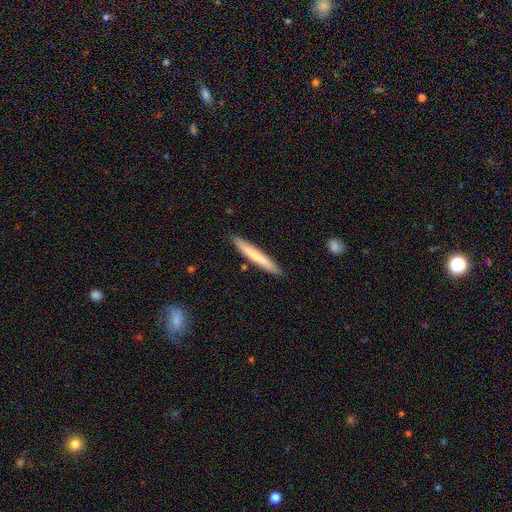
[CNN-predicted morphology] Overall: smooth (68%). How rounded: cigar-shaped (96%). Merging: none (89%).